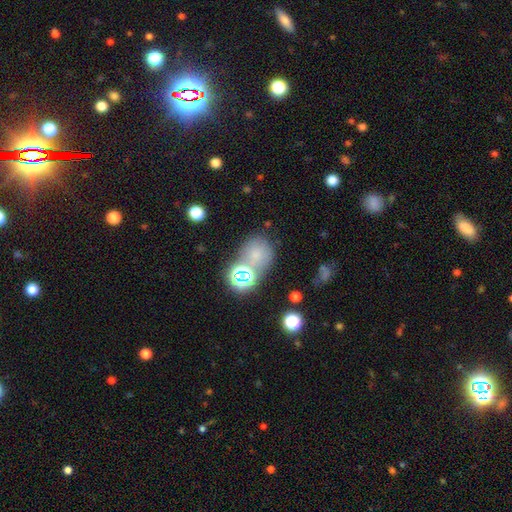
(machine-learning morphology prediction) smooth 58%, star or artifact 28%, featured or disk 15%. Down the decision tree: how rounded — round (68%); merging — none (51%).